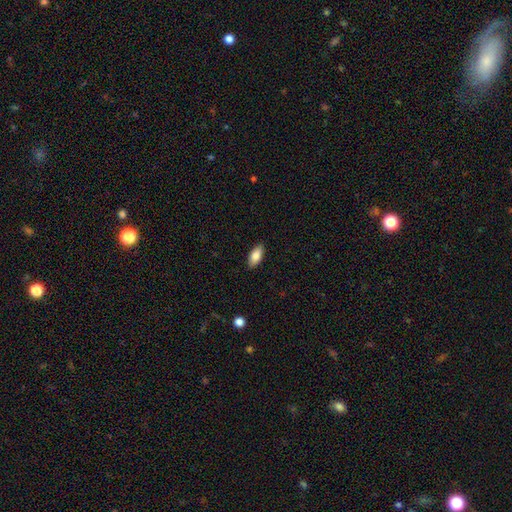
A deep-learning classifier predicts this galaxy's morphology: smooth-or-featured: smooth: 84% | featured or disk: 9% | star or artifact: 7%
  how-rounded: in between: 89% | cigar-shaped: 9% | round: 2%
  merging: none: 89% | minor disturbance: 9% | major disturbance: 2% | merger: 1%